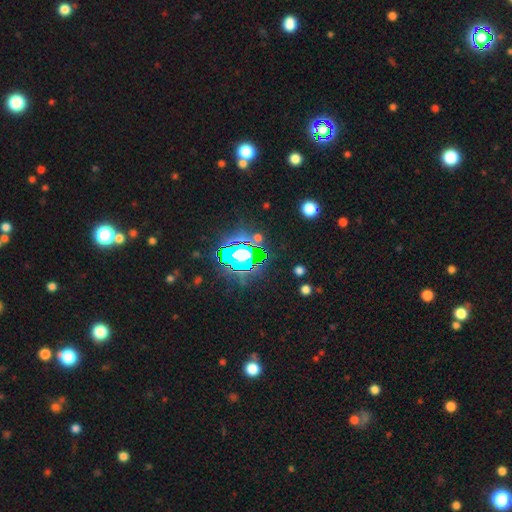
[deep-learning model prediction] Q: Smooth or featured?
A: star or artifact (69%); runner-up: smooth (18%)